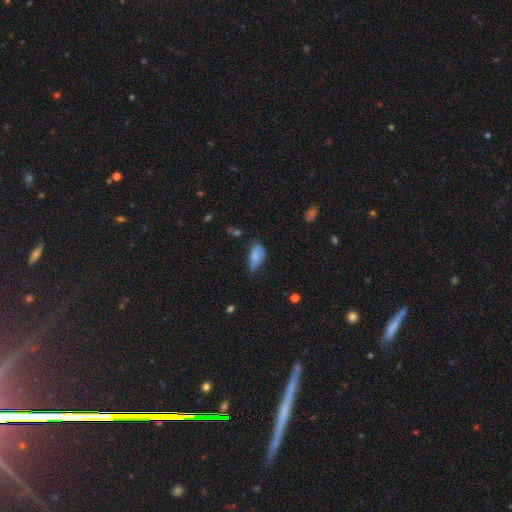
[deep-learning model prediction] smooth-or-featured: smooth: 73% | featured or disk: 19% | star or artifact: 8%
  how-rounded: in between: 87% | cigar-shaped: 10% | round: 3%
  merging: minor disturbance: 42% | none: 38% | major disturbance: 17% | merger: 3%